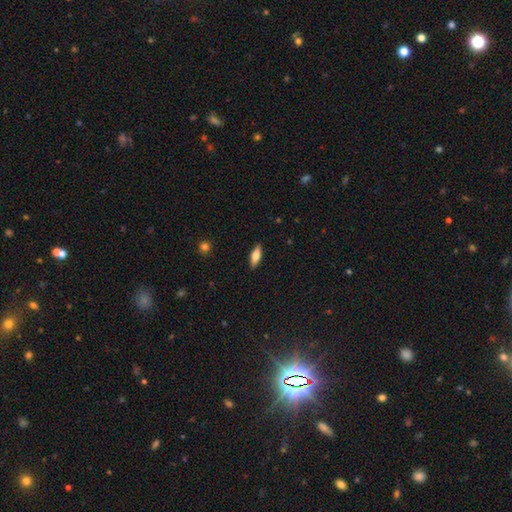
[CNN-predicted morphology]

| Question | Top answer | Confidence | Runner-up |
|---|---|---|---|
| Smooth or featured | smooth | 63% | featured or disk (31%) |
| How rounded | in between | 60% | cigar-shaped (37%) |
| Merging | none | 90% | minor disturbance (8%) |